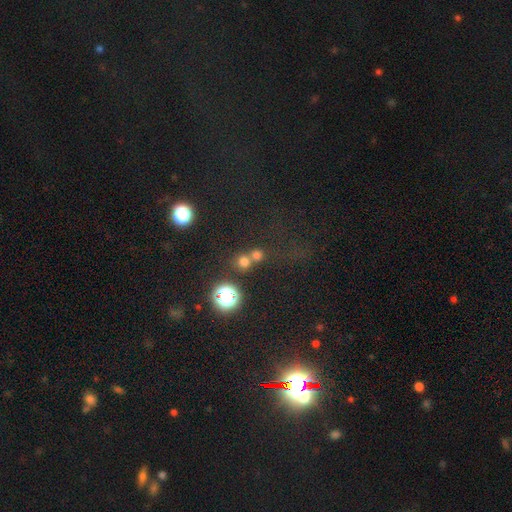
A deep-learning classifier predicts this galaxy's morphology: This is possibly a smooth galaxy (54%). How rounded: clearly round (87%). Merging: possibly none (49%).